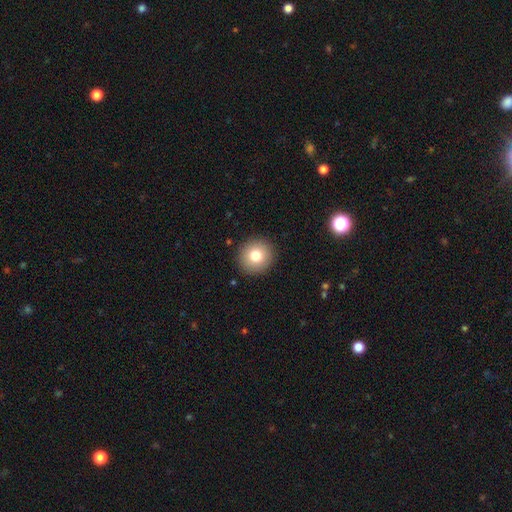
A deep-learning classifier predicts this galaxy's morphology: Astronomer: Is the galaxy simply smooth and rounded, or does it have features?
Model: smooth — 79%.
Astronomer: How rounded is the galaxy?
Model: round — 92%.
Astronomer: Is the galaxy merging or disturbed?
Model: none — 91%.